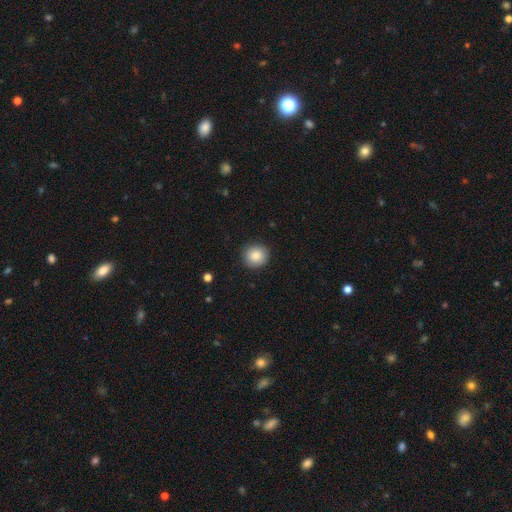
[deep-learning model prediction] This appears to be a smooth galaxy with no disk features (85%) that is round (90%). Merging: none (90%).